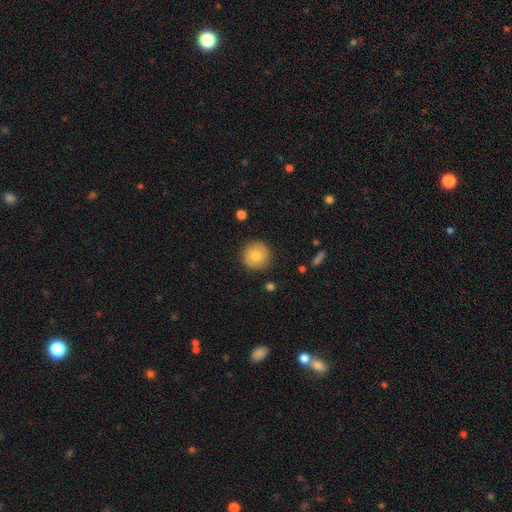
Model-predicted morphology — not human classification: Overall: smooth (72%). How rounded: round (94%). Merging: none (89%).